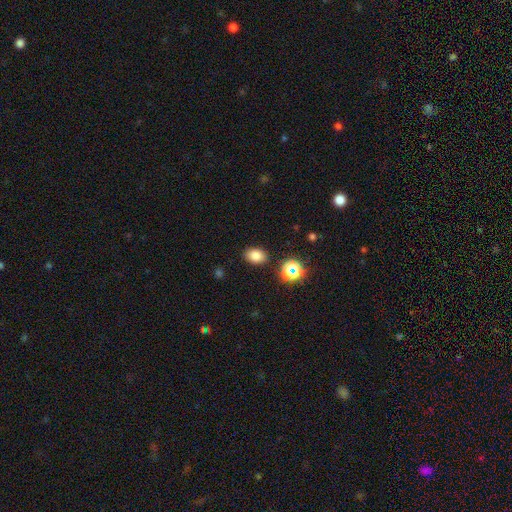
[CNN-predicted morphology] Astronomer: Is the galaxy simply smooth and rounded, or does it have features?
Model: smooth — 80%.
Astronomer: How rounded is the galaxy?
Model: in between — 75%.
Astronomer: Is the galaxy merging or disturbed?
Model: none — 86%.